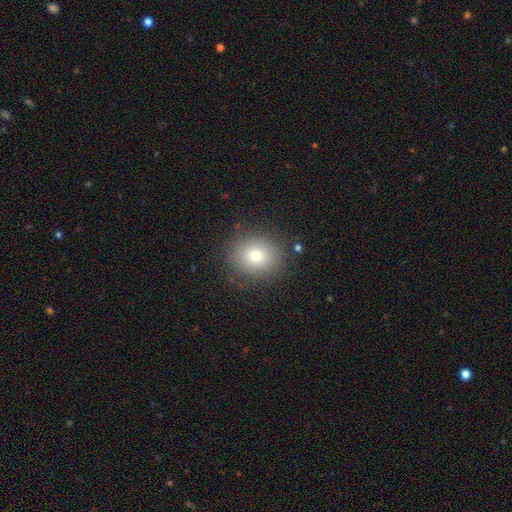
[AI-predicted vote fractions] Smooth or featured: smooth — 80% (star or artifact — 11%)
How rounded: round — 73% (in between — 26%)
Merging: none — 86% (minor disturbance — 9%)